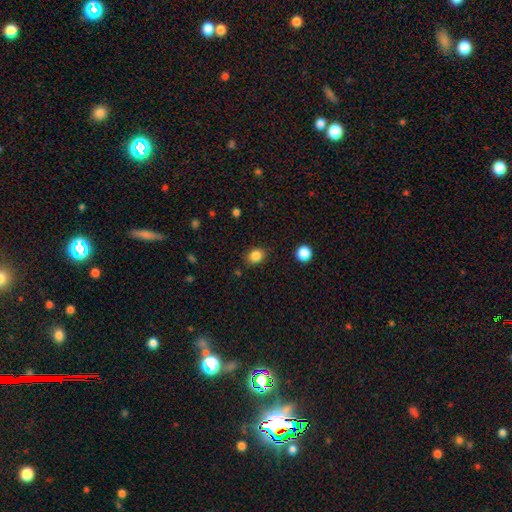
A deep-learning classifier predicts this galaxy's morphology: Smooth or featured? smooth (85%)
How rounded? round (54%)
Merging? none (83%)